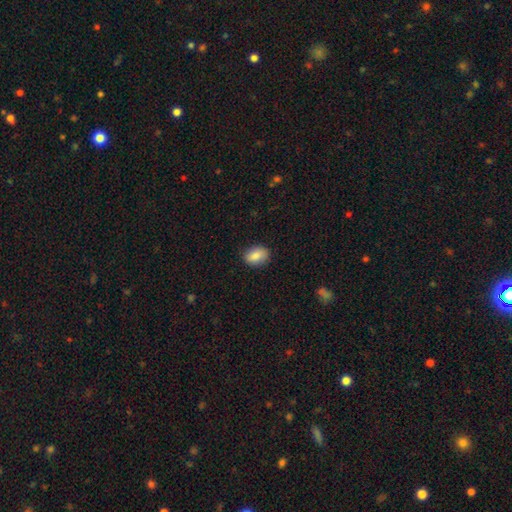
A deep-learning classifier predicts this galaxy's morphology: A smooth galaxy with no disk features (86%) that is in between round and cigar-shaped (78%). Merging: none (86%).